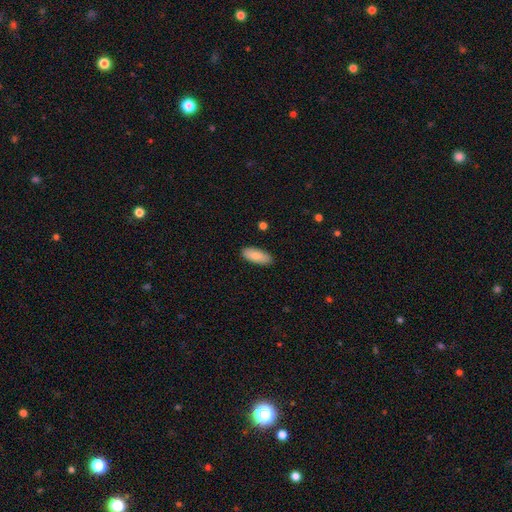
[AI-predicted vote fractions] A smooth galaxy with no disk features (84%) that is in between round and cigar-shaped (82%).

Vote fractions:
- Smooth or featured? smooth: 84% / featured or disk: 10% / star or artifact: 6%
- How rounded? in between: 82% / cigar-shaped: 17% / round: 2%
- Merging? none: 88% / minor disturbance: 9% / major disturbance: 2% / merger: 1%